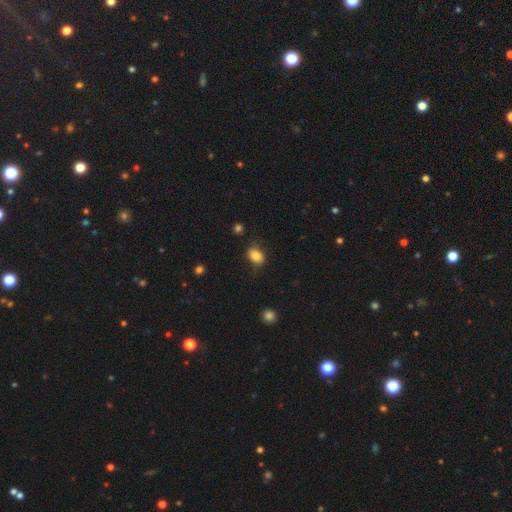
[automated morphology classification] Smooth or featured: smooth — 85% (star or artifact — 9%)
How rounded: in between — 66% (round — 33%)
Merging: none — 76% (minor disturbance — 18%)